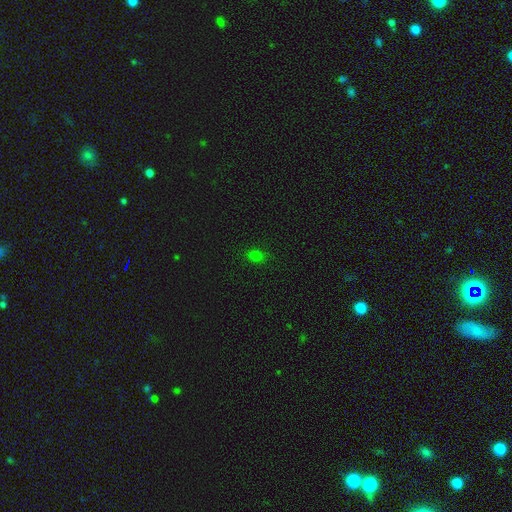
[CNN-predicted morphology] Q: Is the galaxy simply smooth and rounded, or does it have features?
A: smooth — 74%.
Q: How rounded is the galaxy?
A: in between — 62%.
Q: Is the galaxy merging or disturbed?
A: none — 85%.